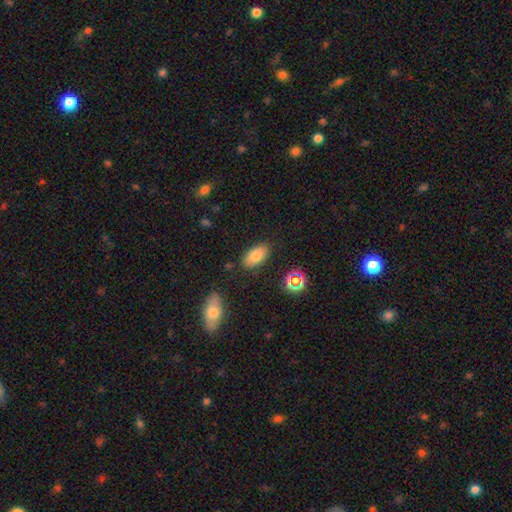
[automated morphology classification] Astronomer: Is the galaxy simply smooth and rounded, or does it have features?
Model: smooth — 80%.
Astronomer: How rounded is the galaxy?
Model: in between — 92%.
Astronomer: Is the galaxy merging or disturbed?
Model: none — 82%.